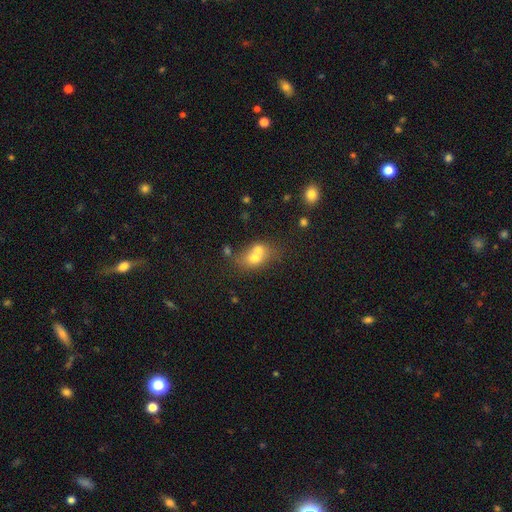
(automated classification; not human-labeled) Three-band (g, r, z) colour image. It shows a smooth galaxy with no disk features (65%) that is in between round and cigar-shaped (53%). Merging: merger (65%).